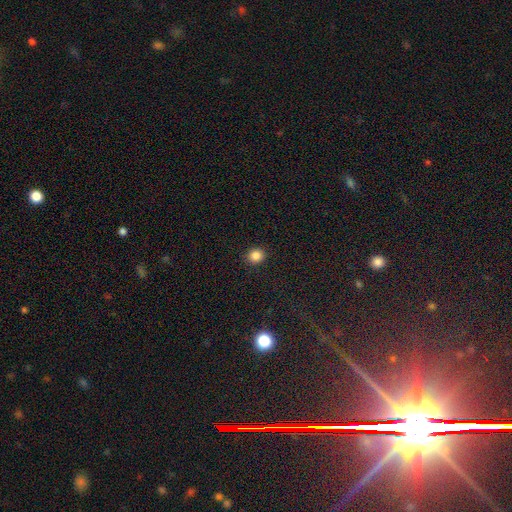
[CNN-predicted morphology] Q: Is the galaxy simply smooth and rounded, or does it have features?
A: smooth — 85%.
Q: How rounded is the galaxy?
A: round — 80%.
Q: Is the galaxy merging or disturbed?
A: none — 91%.